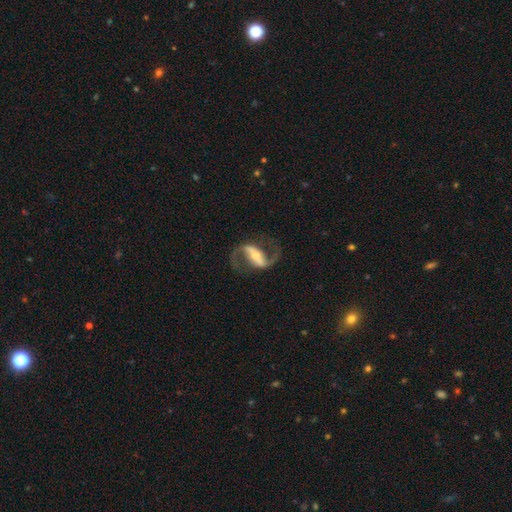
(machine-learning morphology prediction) Overall: featured or disk (89%). Edge-on disk: no (95%). Bar: strong (66%). Spiral arms: yes (96%). Spiral arm count: 2 (93%). Spiral winding: loose (53%; medium 39%). Bulge size: small (48%; moderate 40%). Merging: none (77%).